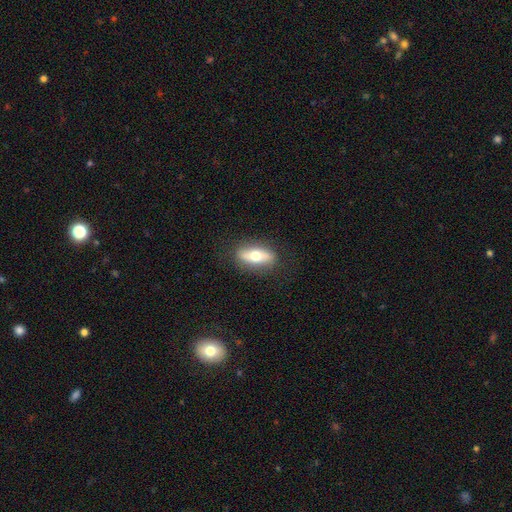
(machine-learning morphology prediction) Smooth or featured? Predicted: smooth (p=0.57). How rounded? Predicted: in between (p=0.70). Merging? Predicted: none (p=0.86).